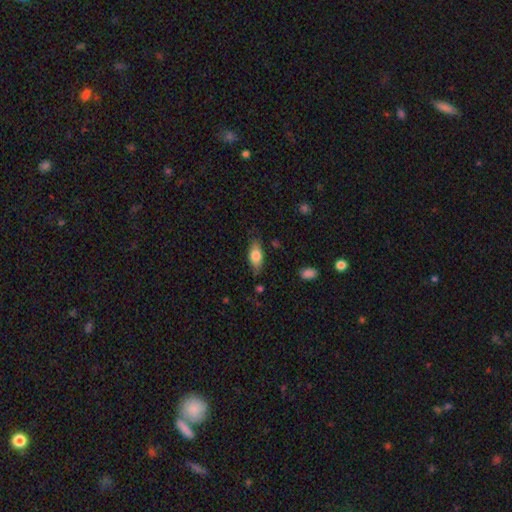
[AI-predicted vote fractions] Morphology: type=smooth (73%); roundness=in between (82%); merging=none (79%).